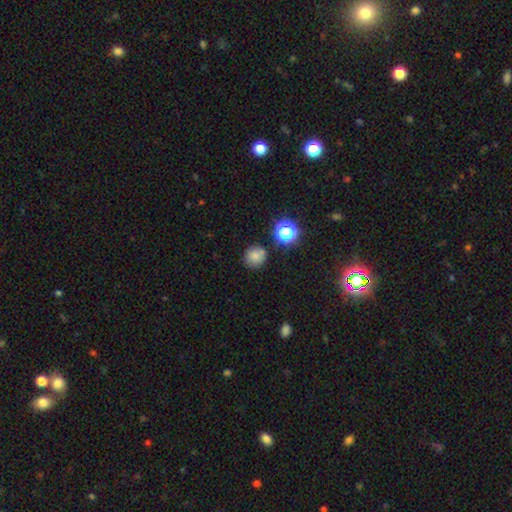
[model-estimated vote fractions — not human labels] smooth_or_featured: smooth (p=0.75) [alt: star or artifact p=0.16]
how_rounded: round (p=0.89) [alt: in between p=0.10]
merging: none (p=0.75) [alt: minor disturbance p=0.14]